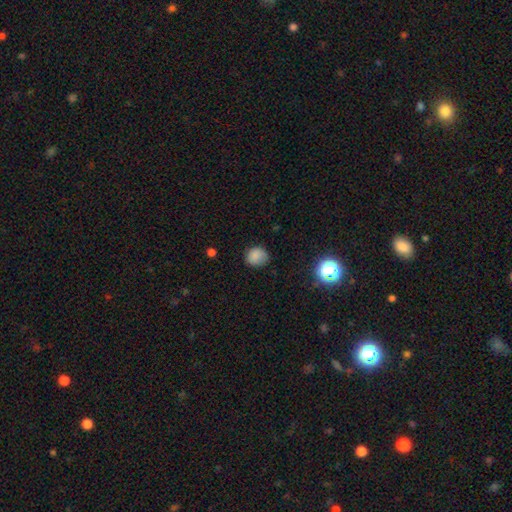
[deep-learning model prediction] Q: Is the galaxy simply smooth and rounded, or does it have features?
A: smooth — 82%.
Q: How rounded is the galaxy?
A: round — 79%.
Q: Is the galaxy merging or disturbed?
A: none — 77%.